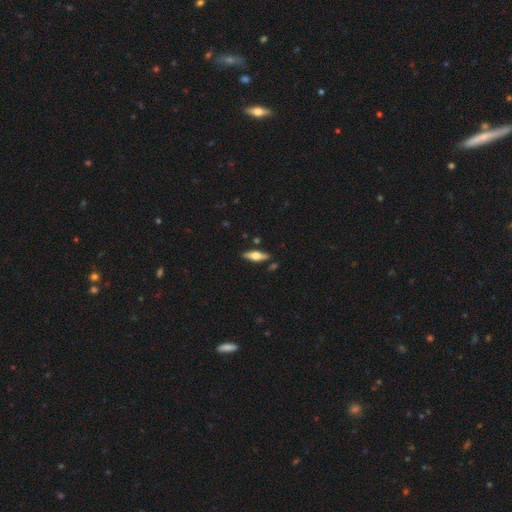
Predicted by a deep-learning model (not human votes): Overall: featured or disk (55%; smooth 39%). Edge-on disk: yes (94%). Edge-on bulge: rounded (91%). Merging: none (86%).